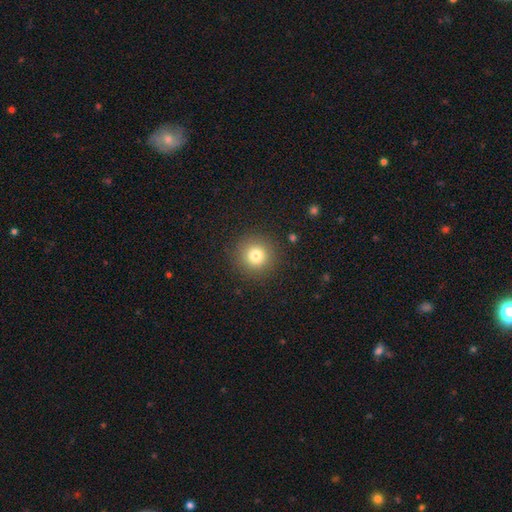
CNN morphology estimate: Q: Smooth or featured?
A: smooth (78%); runner-up: star or artifact (13%)
Q: How rounded?
A: round (95%); runner-up: in between (4%)
Q: Merging?
A: none (90%); runner-up: minor disturbance (6%)